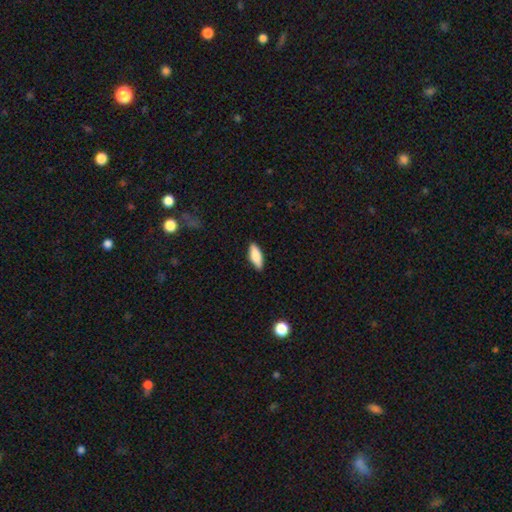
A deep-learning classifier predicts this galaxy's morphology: Smooth or featured: smooth — 85% (featured or disk — 9%)
How rounded: in between — 67% (cigar-shaped — 31%)
Merging: none — 88% (minor disturbance — 9%)